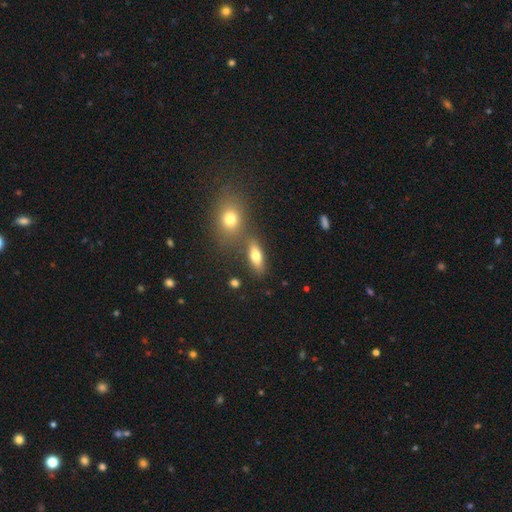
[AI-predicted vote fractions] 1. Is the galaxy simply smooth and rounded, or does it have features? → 72% smooth, 17% featured or disk, 10% star or artifact.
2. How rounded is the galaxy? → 72% in between, 20% cigar-shaped, 8% round.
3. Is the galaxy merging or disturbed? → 66% none, 18% merger, 11% minor disturbance, 5% major disturbance.